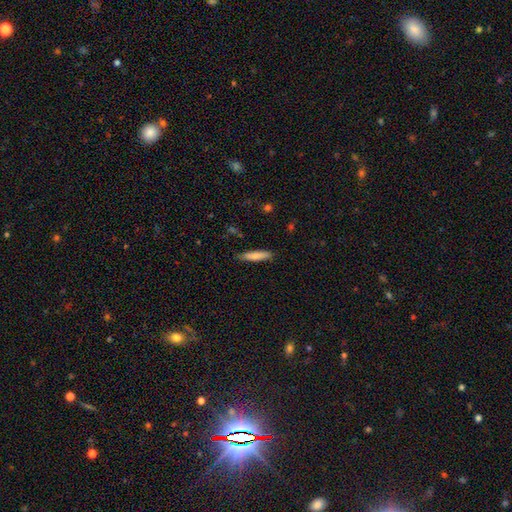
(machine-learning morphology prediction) smooth-or-featured: smooth: 79% | featured or disk: 15% | star or artifact: 6%
  how-rounded: cigar-shaped: 86% | in between: 12% | round: 1%
  merging: none: 86% | minor disturbance: 11% | major disturbance: 2% | merger: 1%